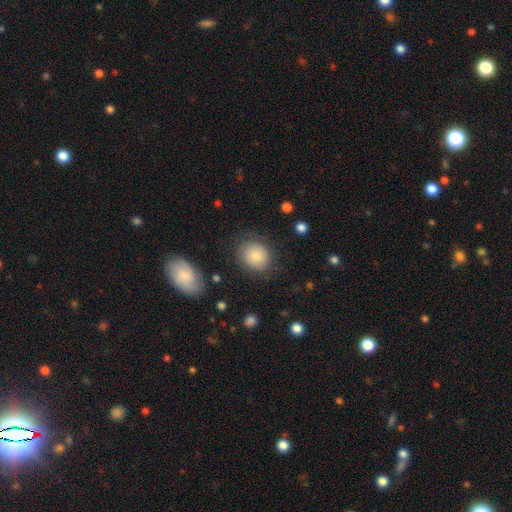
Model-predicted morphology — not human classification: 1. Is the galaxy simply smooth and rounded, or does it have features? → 75% smooth, 16% featured or disk, 9% star or artifact.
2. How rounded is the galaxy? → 67% round, 32% in between, 1% cigar-shaped.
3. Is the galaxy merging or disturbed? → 77% none, 15% minor disturbance, 6% major disturbance, 2% merger.